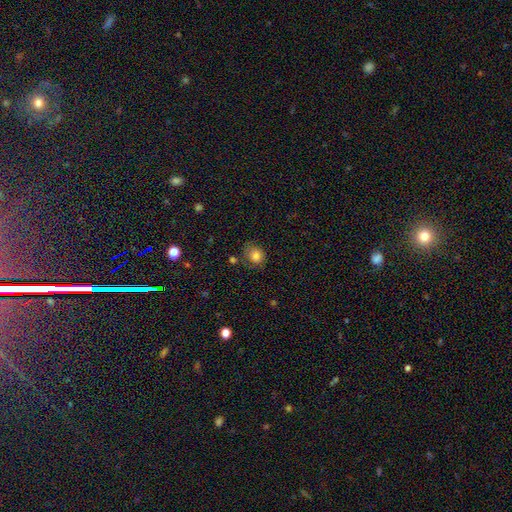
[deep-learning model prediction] This is likely a smooth galaxy (79%). How rounded: likely round (61%). Merging: likely none (60%).